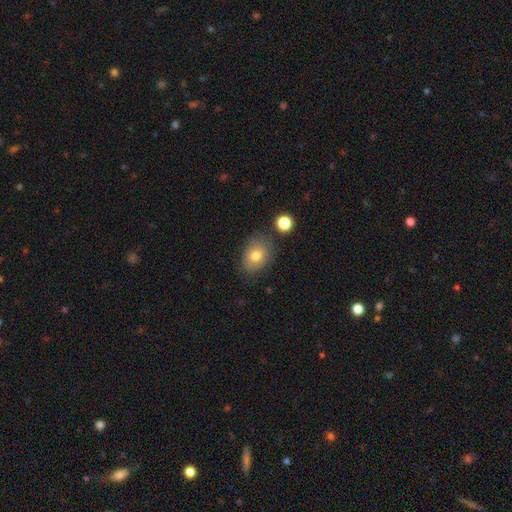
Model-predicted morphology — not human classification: Smooth or featured: smooth — 76% (featured or disk — 14%)
How rounded: in between — 66% (round — 33%)
Merging: none — 73% (minor disturbance — 18%)